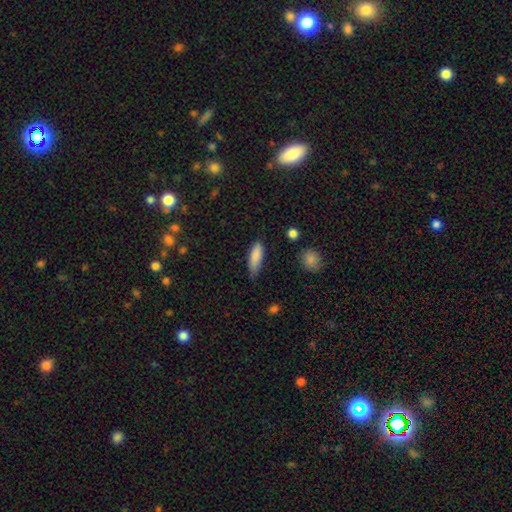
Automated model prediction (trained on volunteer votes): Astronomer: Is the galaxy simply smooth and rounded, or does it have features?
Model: smooth — 85%.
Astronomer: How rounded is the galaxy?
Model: in between — 58% (runner-up: cigar-shaped, 40%).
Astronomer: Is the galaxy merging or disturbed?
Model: none — 64%.